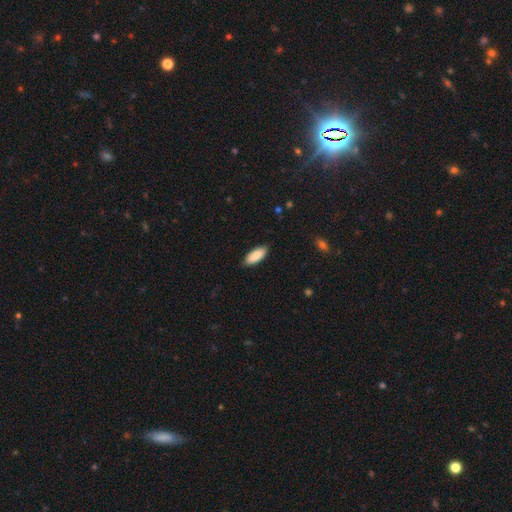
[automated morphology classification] Smooth or featured? Predicted: smooth (p=0.87). How rounded? Predicted: in between (p=0.80). Merging? Predicted: none (p=0.85).